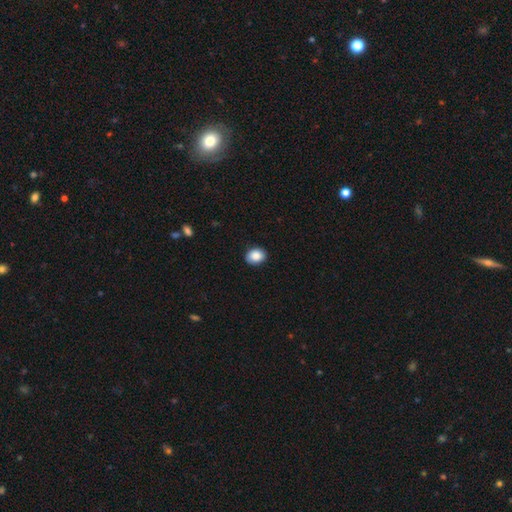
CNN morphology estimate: The model was most divided on "how rounded" (2-way tie): in between: 50%, round: 50%, cigar-shaped: 1%. More confident: merging — none (89%); smooth or featured — smooth (87%).